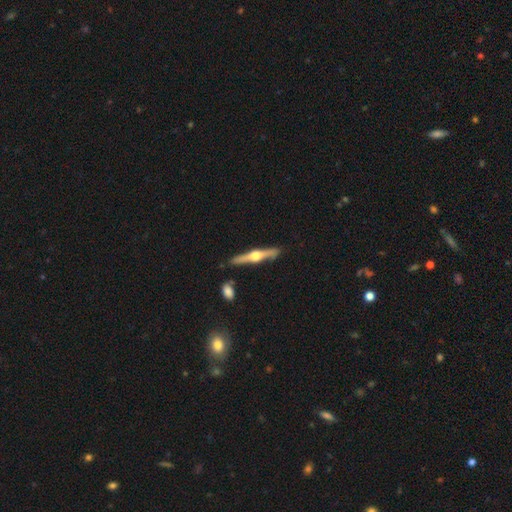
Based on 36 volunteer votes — Smooth or featured? 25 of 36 (69%) said featured or disk. Edge-on disk? 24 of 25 (96%) said yes. Edge-on bulge? 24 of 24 (100%) said rounded. Merging? 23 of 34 (68%) said none.